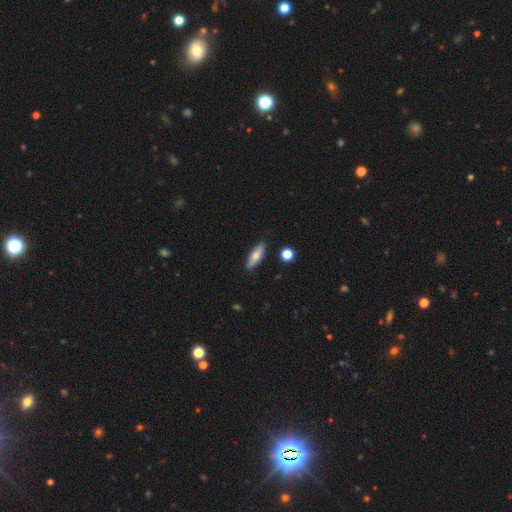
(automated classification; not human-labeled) Overall: smooth (73%). How rounded: in between (52%; cigar-shaped 46%). Merging: none (87%).